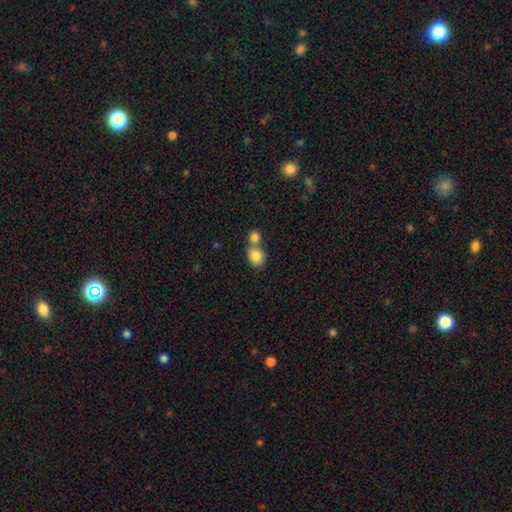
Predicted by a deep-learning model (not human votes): A smooth galaxy with no disk features (83%) that is round (69%).

Vote fractions:
- Smooth or featured? smooth: 83% / star or artifact: 9% / featured or disk: 8%
- How rounded? round: 69% / in between: 30% / cigar-shaped: 1%
- Merging? merger: 50% / none: 40% / minor disturbance: 7% / major disturbance: 3%